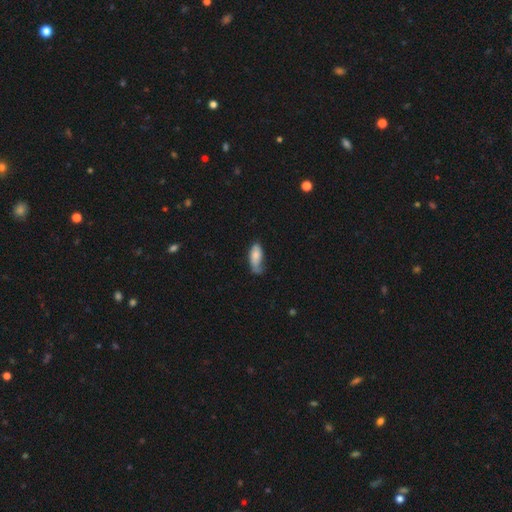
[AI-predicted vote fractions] A smooth galaxy with no disk features (73%) that is in between round and cigar-shaped (83%).

Vote fractions:
- Smooth or featured? smooth: 73% / featured or disk: 21% / star or artifact: 7%
- How rounded? in between: 83% / cigar-shaped: 14% / round: 2%
- Merging? none: 40% / minor disturbance: 39% / major disturbance: 17% / merger: 4%